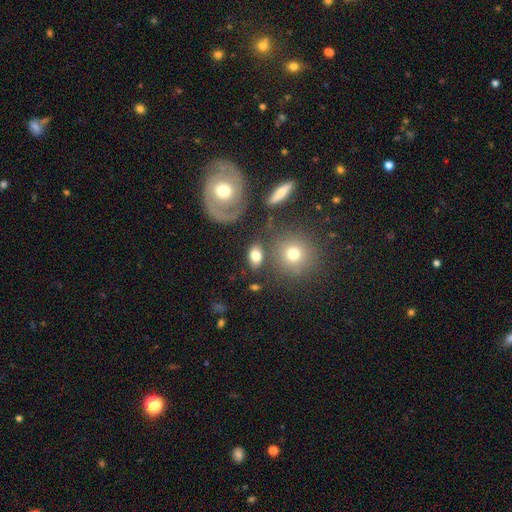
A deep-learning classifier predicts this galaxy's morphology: Smooth or featured: smooth — 75% (featured or disk — 16%)
How rounded: in between — 81% (round — 16%)
Merging: none — 71% (minor disturbance — 13%)